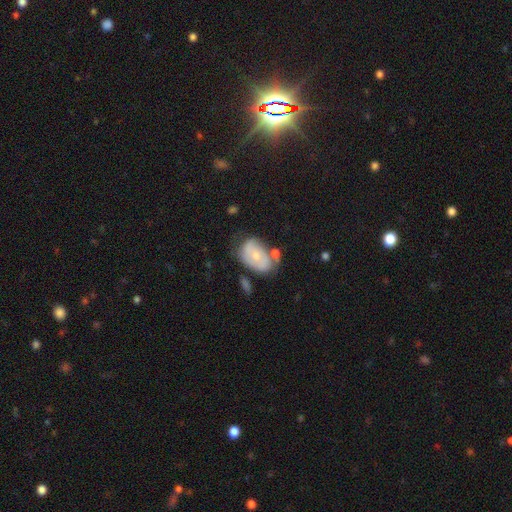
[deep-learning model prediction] Overall: smooth (47%; featured or disk 46%). Merging: none (44%; minor disturbance 28%).